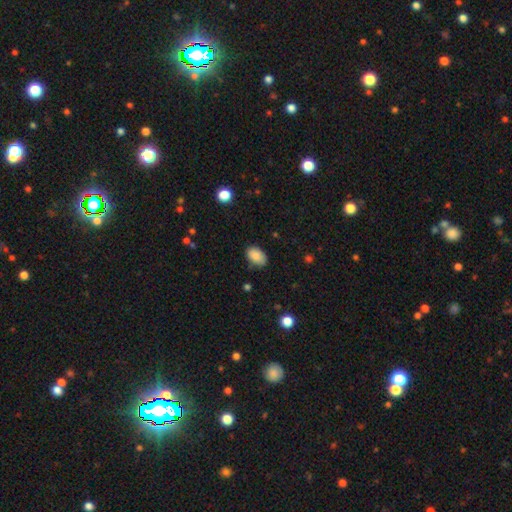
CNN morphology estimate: smooth_or_featured: smooth (p=0.85) [alt: star or artifact p=0.08]
how_rounded: in between (p=0.90) [alt: round p=0.09]
merging: none (p=0.78) [alt: minor disturbance p=0.18]